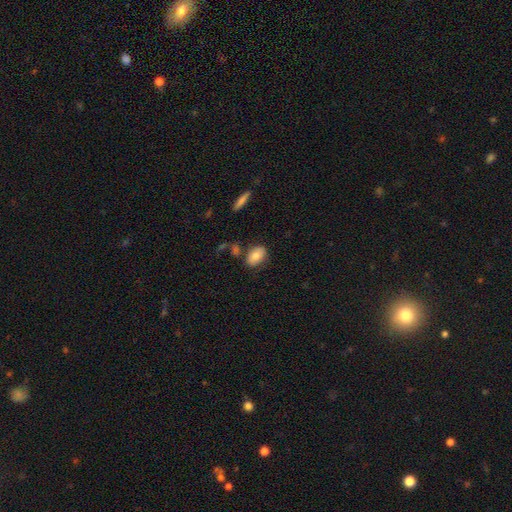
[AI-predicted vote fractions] A smooth galaxy with no disk features (79%) that is in between round and cigar-shaped (86%). Merging: none (77%).